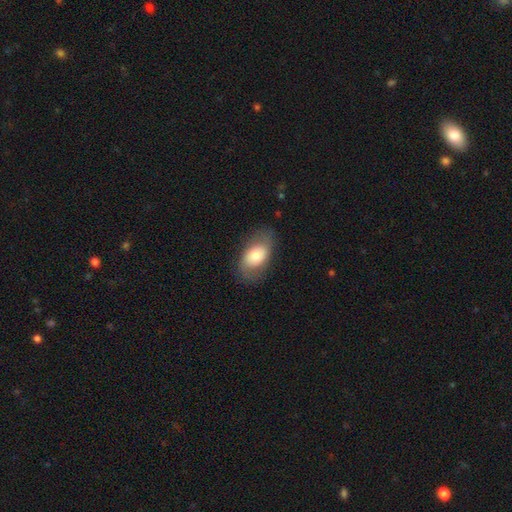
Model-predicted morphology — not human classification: smooth-or-featured: smooth: 65% | featured or disk: 29% | star or artifact: 7%
  how-rounded: in between: 90% | round: 8% | cigar-shaped: 2%
  merging: none: 73% | minor disturbance: 18% | major disturbance: 8% | merger: 1%